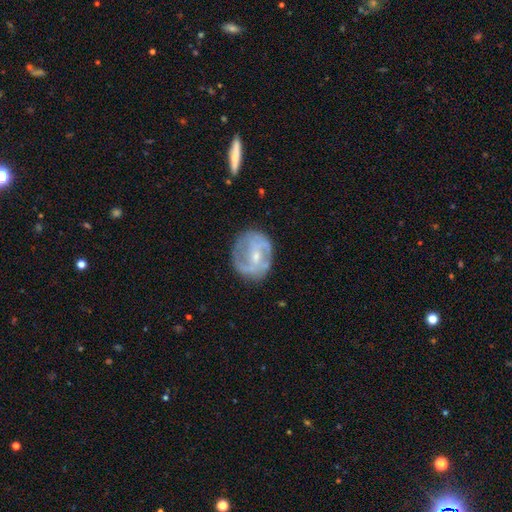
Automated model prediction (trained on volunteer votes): smooth-or-featured: featured or disk: 73% | smooth: 20% | star or artifact: 7%
  disk-edge-on: no: 97% | yes: 3%
    bar: weak: 44% | no: 38% | strong: 18%
    has-spiral-arms: yes: 80% | no: 20%
      spiral-winding: medium: 43% | tight: 31% | loose: 26%
      spiral-arm-count: 2: 61% | can't tell: 22% | 3: 8% | 1: 6% | 4: 2% | more than 4: 2%
    bulge-size: small: 57% | moderate: 38% | none: 3% | large: 2% | dominant: 1%
  merging: none: 69% | minor disturbance: 20% | major disturbance: 9% | merger: 2%